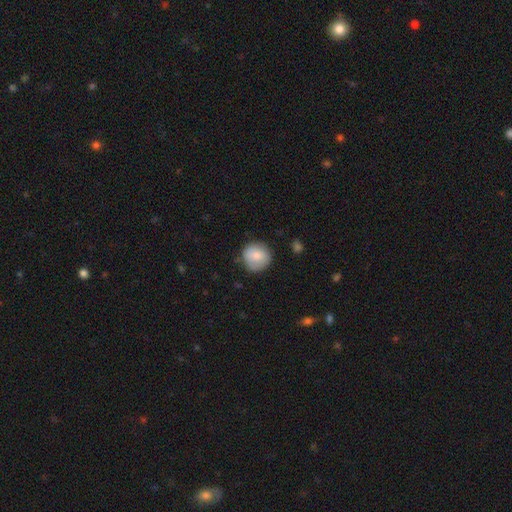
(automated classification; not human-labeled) This is likely a smooth galaxy (79%). How rounded: clearly round (93%). Merging: clearly none (81%).